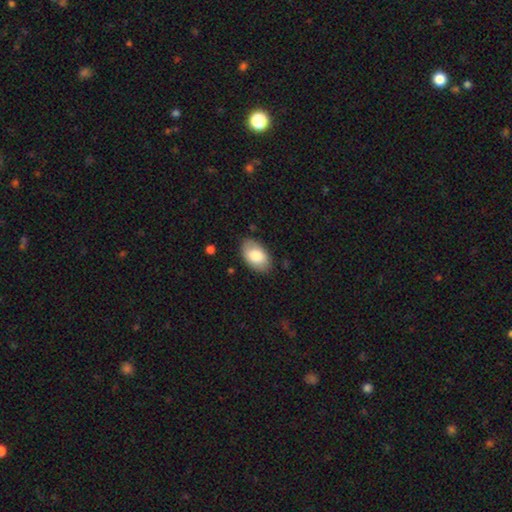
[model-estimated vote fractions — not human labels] This is clearly a smooth galaxy (81%). How rounded: clearly in between (94%). Merging: clearly none (83%).